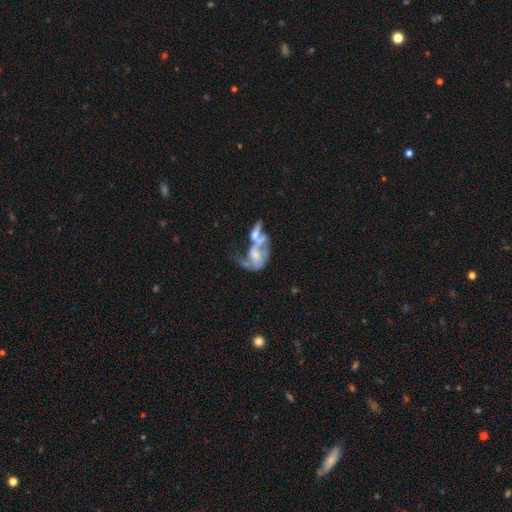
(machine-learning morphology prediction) Overall: featured or disk (61%; smooth 28%). Edge-on disk: no (95%). Bar: no (71%). Spiral arms: no (58%; yes 42%). Bulge size: none (36%; moderate 29%). Merging: merger (56%; major disturbance 25%).